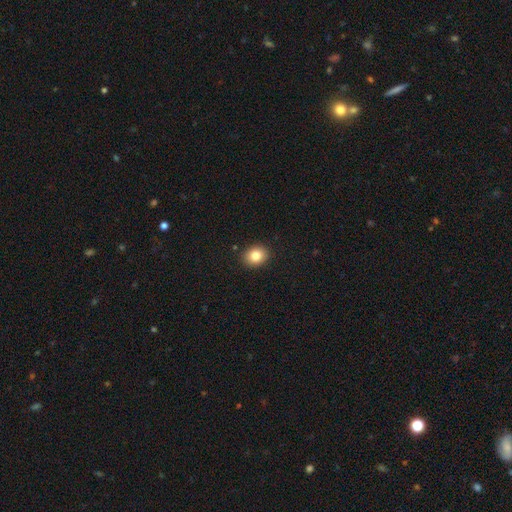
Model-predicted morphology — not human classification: The model was most divided on "how rounded": round: 60%, in between: 39%, cigar-shaped: 1%. More confident: merging — none (90%); smooth or featured — smooth (83%).